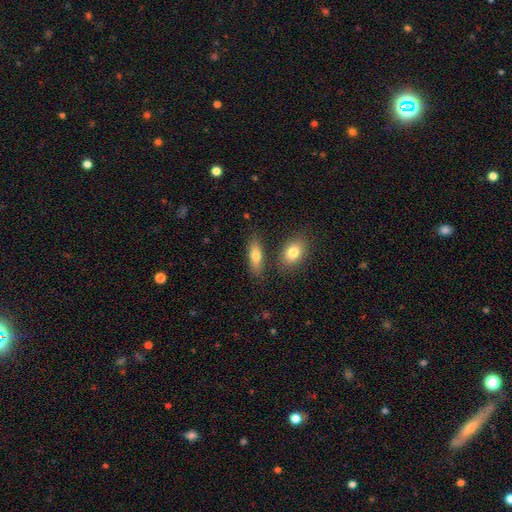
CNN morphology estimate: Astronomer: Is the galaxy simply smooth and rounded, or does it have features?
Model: smooth — 74%.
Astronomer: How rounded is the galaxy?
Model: in between — 63%.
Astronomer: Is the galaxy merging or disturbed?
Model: none — 77%.